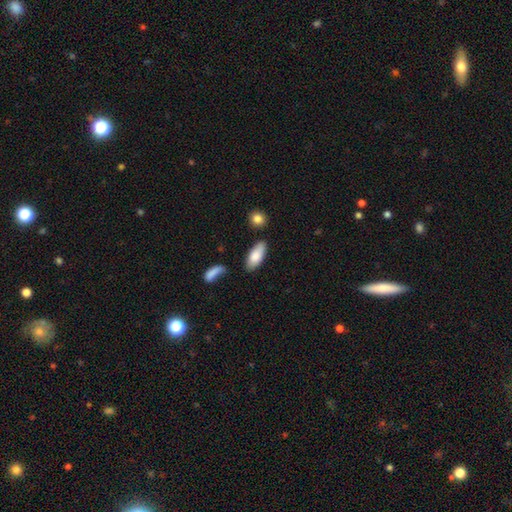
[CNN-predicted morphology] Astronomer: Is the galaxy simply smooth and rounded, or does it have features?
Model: smooth — 82%.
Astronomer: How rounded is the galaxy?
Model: in between — 84%.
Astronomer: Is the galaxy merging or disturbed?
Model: none — 73%.